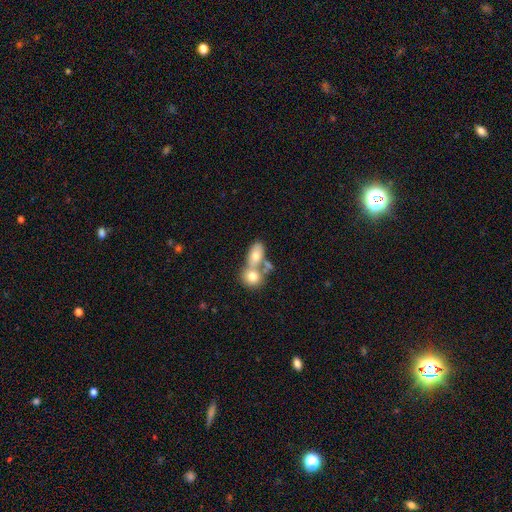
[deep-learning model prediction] Smooth or featured?
  - smooth: 70% *
  - featured or disk: 22%
  - star or artifact: 8%
How rounded?
  - in between: 75% *
  - round: 21%
  - cigar-shaped: 3%
Merging?
  - merger: 60% *
  - none: 27%
  - minor disturbance: 8%
  - major disturbance: 5%